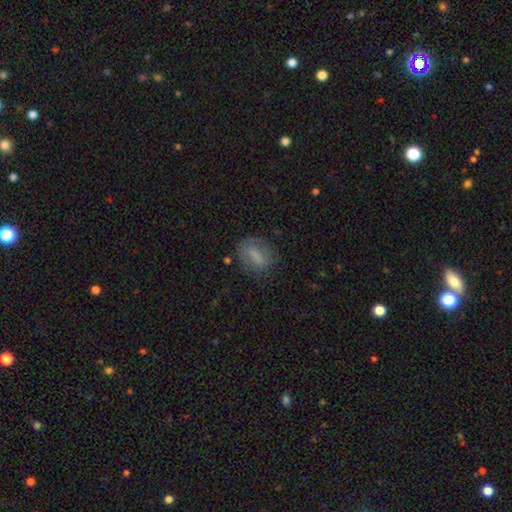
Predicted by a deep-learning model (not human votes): Smooth or featured? Predicted: smooth (p=0.70). How rounded? Predicted: in between (p=0.63). Merging? Predicted: none (p=0.70).